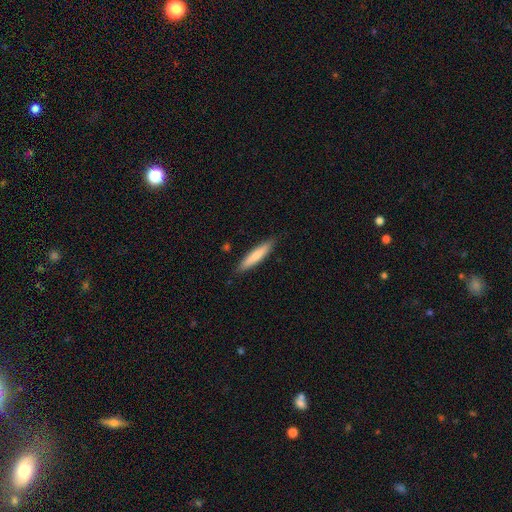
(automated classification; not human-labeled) Q: Smooth or featured?
A: smooth (76%); runner-up: featured or disk (19%)
Q: How rounded?
A: cigar-shaped (89%); runner-up: in between (10%)
Q: Merging?
A: none (88%); runner-up: minor disturbance (9%)